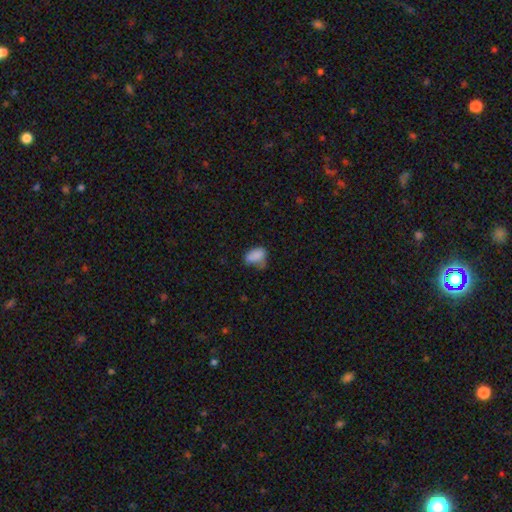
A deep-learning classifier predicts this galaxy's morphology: Smooth or featured? smooth (82%)
How rounded? in between (89%)
Merging? none (40%)